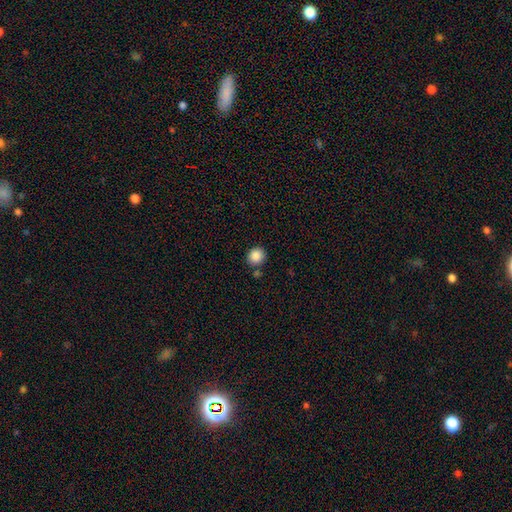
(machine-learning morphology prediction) Smooth or featured? smooth (87%)
How rounded? round (86%)
Merging? none (81%)